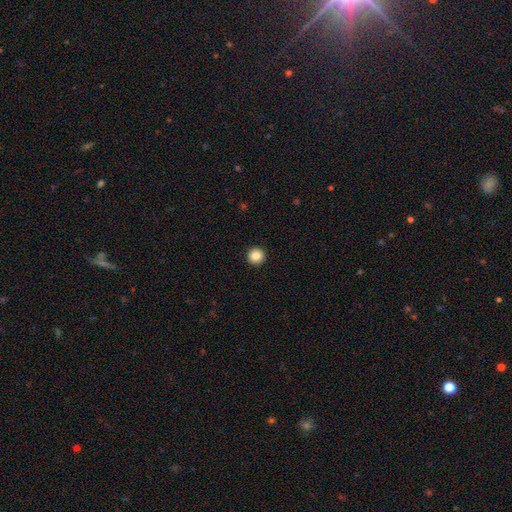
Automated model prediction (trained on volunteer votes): smooth_or_featured: smooth (p=0.86) [alt: star or artifact p=0.10]
how_rounded: round (p=0.96) [alt: in between p=0.03]
merging: none (p=0.94) [alt: minor disturbance p=0.04]